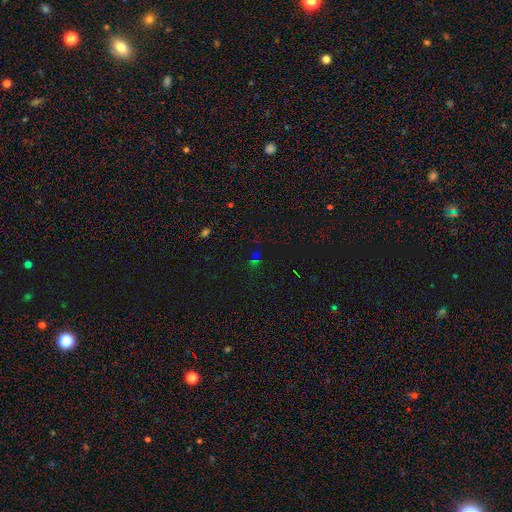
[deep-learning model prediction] This appears to be a star or artifact, not a galaxy (57%).